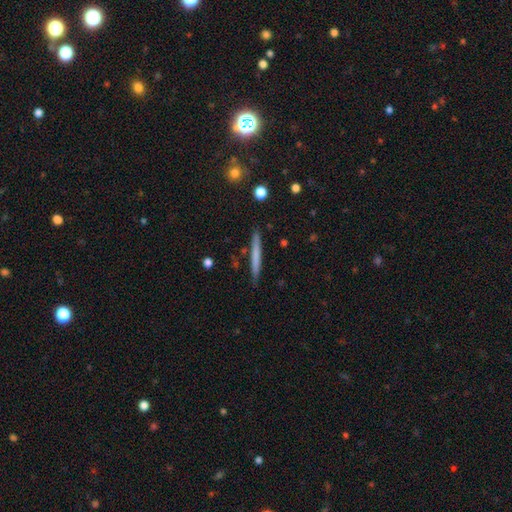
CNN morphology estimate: This appears to be a smooth galaxy with no disk features (62%) that is cigar-shaped (96%). Merging: none (88%).